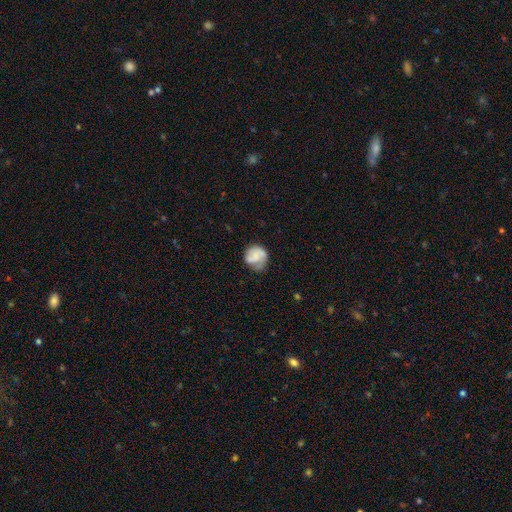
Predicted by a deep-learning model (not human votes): A smooth galaxy with no disk features (50%).

Vote fractions:
- Smooth or featured? smooth: 50% / featured or disk: 43% / star or artifact: 7%
- Merging? none: 52% / minor disturbance: 31% / major disturbance: 15% / merger: 2%